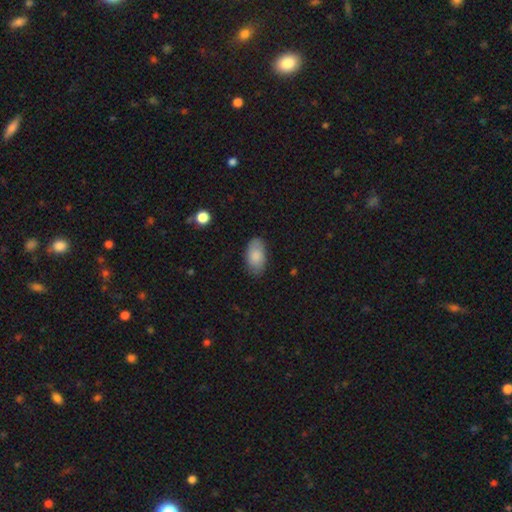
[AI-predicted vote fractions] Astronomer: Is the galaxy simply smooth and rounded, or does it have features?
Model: smooth — 84%.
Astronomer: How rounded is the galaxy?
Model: in between — 94%.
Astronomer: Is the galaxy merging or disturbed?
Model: none — 80%.